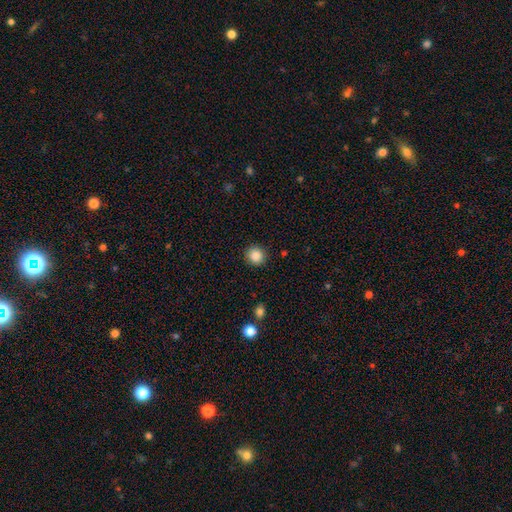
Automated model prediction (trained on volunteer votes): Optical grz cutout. It shows a smooth galaxy with no disk features (87%) that is round (92%). Merging: none (91%).